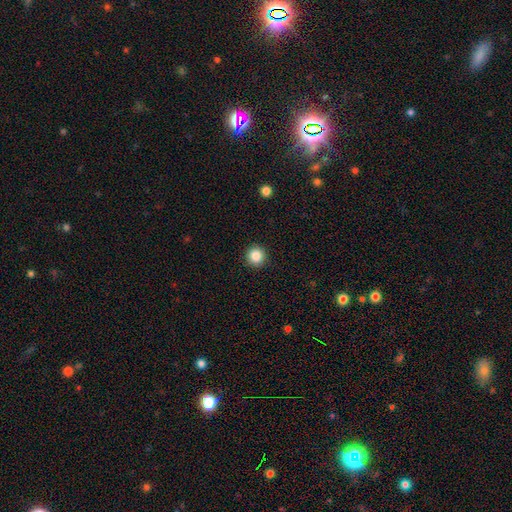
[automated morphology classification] Smooth or featured: smooth — 86% (star or artifact — 10%)
How rounded: round — 96% (in between — 4%)
Merging: none — 92% (minor disturbance — 5%)